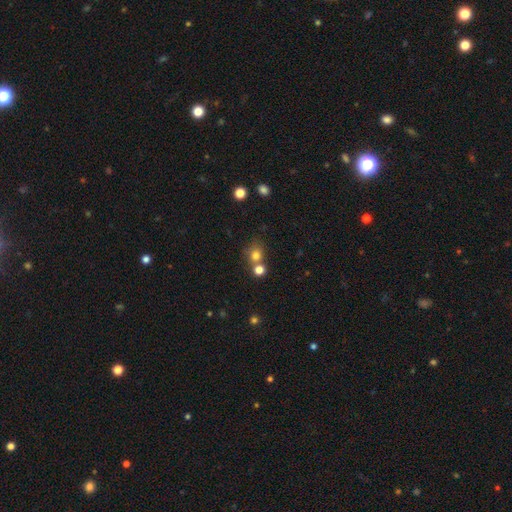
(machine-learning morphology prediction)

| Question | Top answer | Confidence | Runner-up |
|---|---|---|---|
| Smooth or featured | smooth | 76% | star or artifact (15%) |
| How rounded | round | 79% | in between (20%) |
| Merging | none | 55% | merger (31%) |